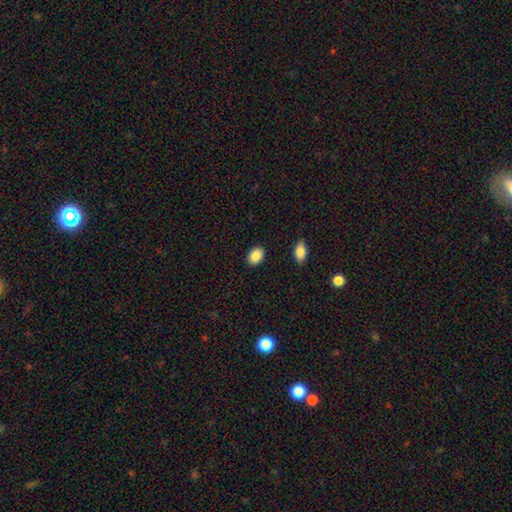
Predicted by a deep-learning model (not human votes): Smooth or featured?
  - smooth: 88% *
  - star or artifact: 7%
  - featured or disk: 4%
How rounded?
  - in between: 79% *
  - round: 20%
  - cigar-shaped: 1%
Merging?
  - none: 89% *
  - minor disturbance: 7%
  - major disturbance: 2%
  - merger: 2%